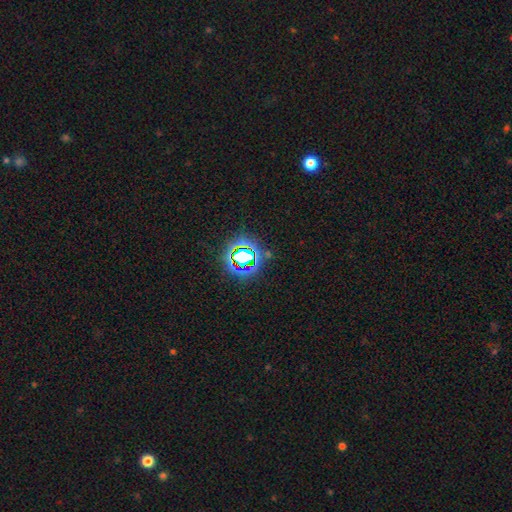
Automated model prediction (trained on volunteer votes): This is likely a star or artifact rather than a galaxy (80%).